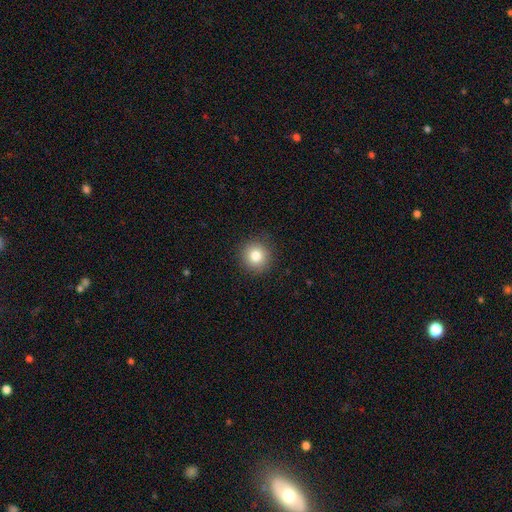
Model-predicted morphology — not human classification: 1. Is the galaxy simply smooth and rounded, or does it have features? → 82% smooth, 11% star or artifact, 7% featured or disk.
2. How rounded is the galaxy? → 93% round, 6% in between, 1% cigar-shaped.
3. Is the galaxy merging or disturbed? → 90% none, 7% minor disturbance, 2% major disturbance, 1% merger.